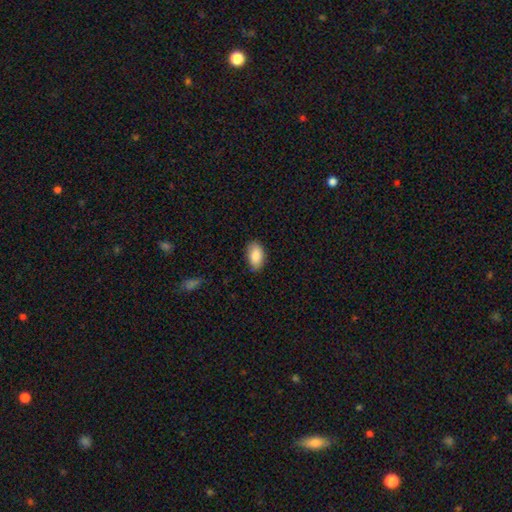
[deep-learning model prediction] The model was most divided on "merging": none: 79%, minor disturbance: 17%, major disturbance: 3%, merger: 1%. More confident: how rounded — in between (93%); smooth or featured — smooth (87%).